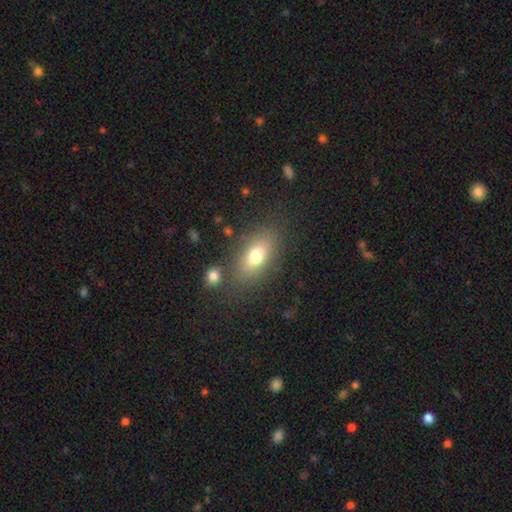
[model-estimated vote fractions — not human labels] Q: Smooth or featured?
A: smooth (73%); runner-up: featured or disk (17%)
Q: How rounded?
A: in between (82%); runner-up: round (9%)
Q: Merging?
A: none (78%); runner-up: minor disturbance (12%)